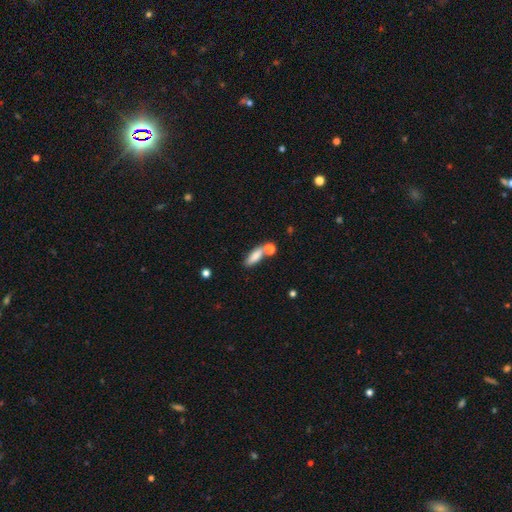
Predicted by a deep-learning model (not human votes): Smooth or featured?
  - smooth: 82% *
  - featured or disk: 11%
  - star or artifact: 8%
How rounded?
  - in between: 61% *
  - cigar-shaped: 35%
  - round: 4%
Merging?
  - none: 57% *
  - merger: 25%
  - minor disturbance: 14%
  - major disturbance: 5%